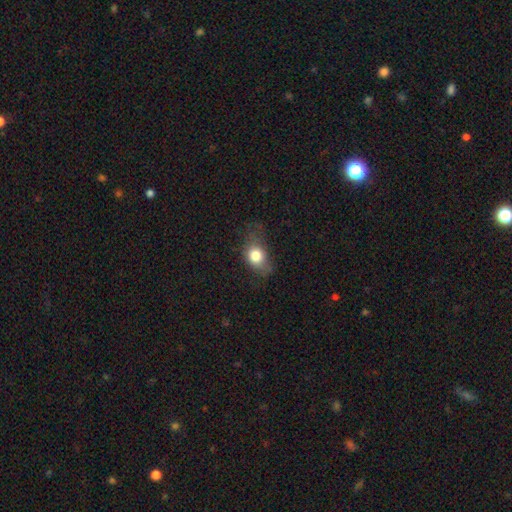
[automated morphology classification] type=smooth (77%); roundness=in between (61%); merging=none (48%).